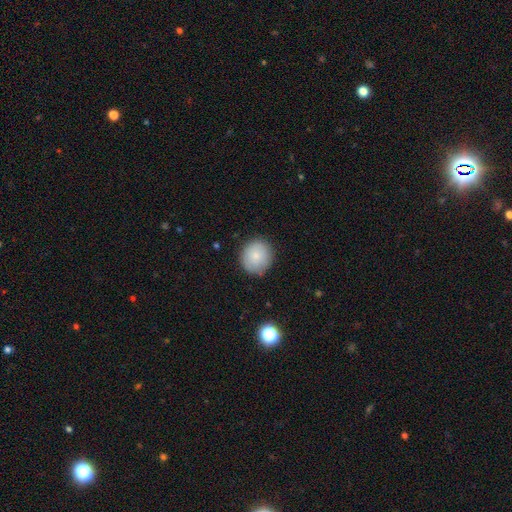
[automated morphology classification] type=smooth (82%); roundness=round (86%); merging=none (85%).